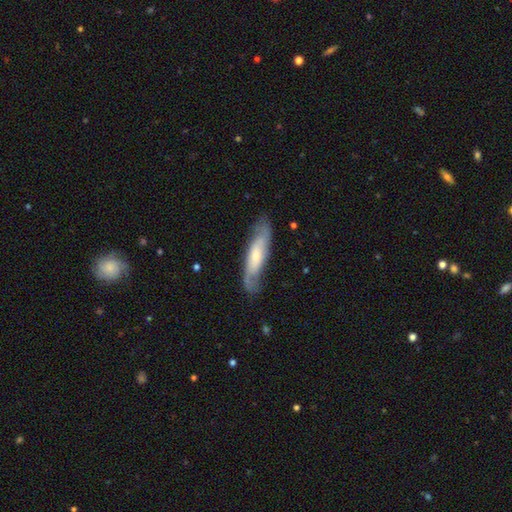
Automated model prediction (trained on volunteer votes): This is possibly a featured or disk galaxy (55%). It is possibly not viewed edge-on (60%). Merging: likely none (76%).